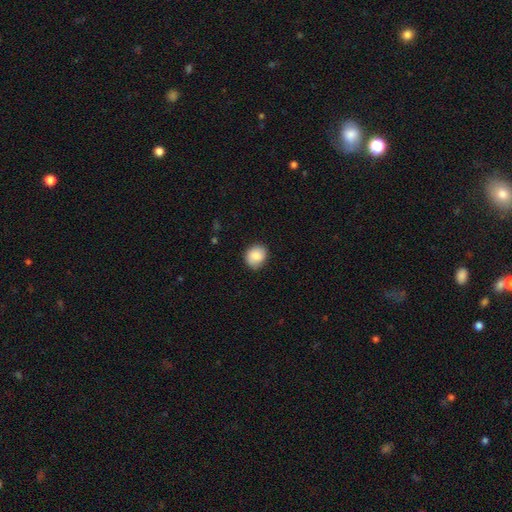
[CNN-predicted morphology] Q: Smooth or featured?
A: smooth (85%); runner-up: star or artifact (8%)
Q: How rounded?
A: round (74%); runner-up: in between (26%)
Q: Merging?
A: none (84%); runner-up: minor disturbance (13%)